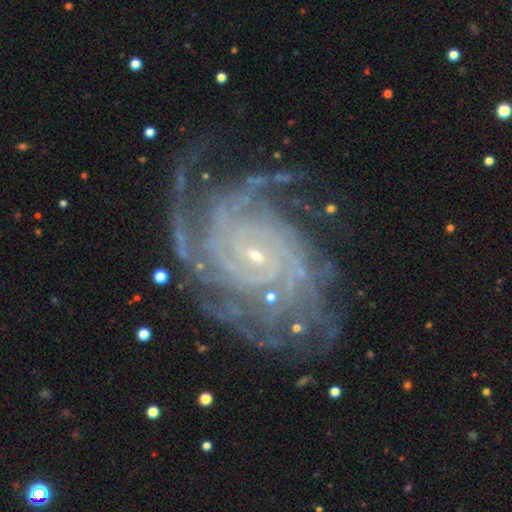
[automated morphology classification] smooth_or_featured: featured or disk (p=0.91) [alt: star or artifact p=0.06]
disk_edge_on: no (p=0.97) [alt: yes p=0.03]
bar: no (p=0.62) [alt: weak p=0.27]
has_spiral_arms: yes (p=0.99) [alt: no p=0.01]
spiral_winding: tight (p=0.76) [alt: medium p=0.20]
spiral_arm_count: more than 4 (p=0.29) [alt: 4 p=0.23]
bulge_size: small (p=0.87) [alt: moderate p=0.09]
merging: none (p=0.71) [alt: minor disturbance p=0.18]